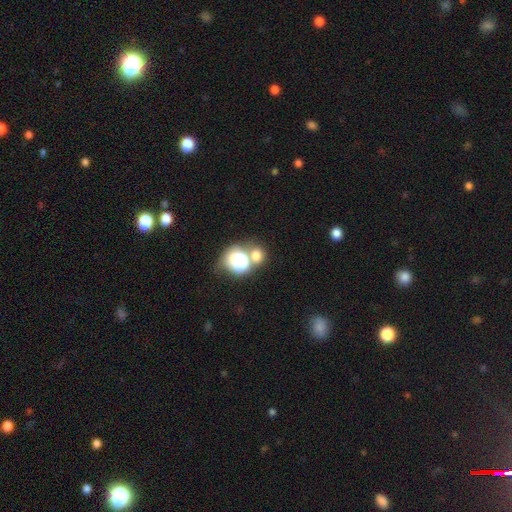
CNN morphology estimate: Smooth or featured? Predicted: smooth (p=0.64). How rounded? Predicted: round (p=0.76). Merging? Predicted: none (p=0.55).